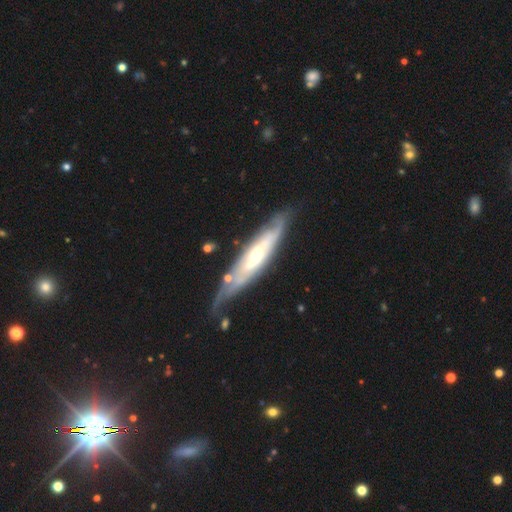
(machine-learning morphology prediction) Overall: featured or disk (78%). Edge-on disk: no (58%; yes 42%). Merging: none (62%; minor disturbance 24%).